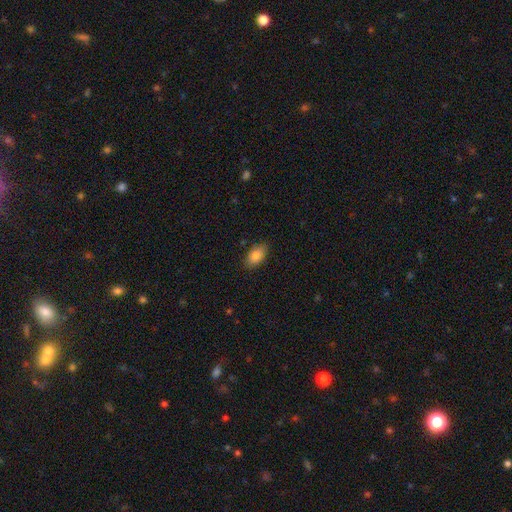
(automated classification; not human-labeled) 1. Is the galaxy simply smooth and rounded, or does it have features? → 84% smooth, 8% featured or disk, 8% star or artifact.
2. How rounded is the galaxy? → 91% in between, 6% round, 3% cigar-shaped.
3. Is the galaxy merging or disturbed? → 85% none, 12% minor disturbance, 2% major disturbance, 1% merger.